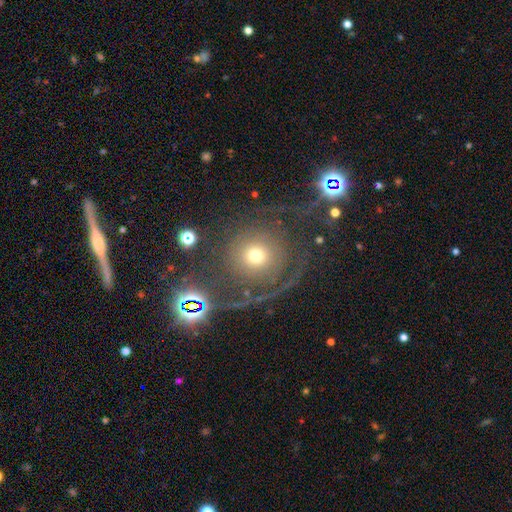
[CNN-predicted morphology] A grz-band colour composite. It shows a featured or disk galaxy (52%). Merging: none (56%).